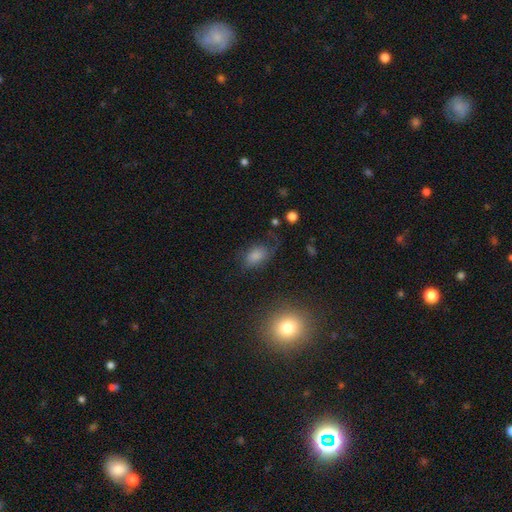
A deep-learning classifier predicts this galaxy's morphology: type=smooth (67%); roundness=in between (86%); merging=none (50%).